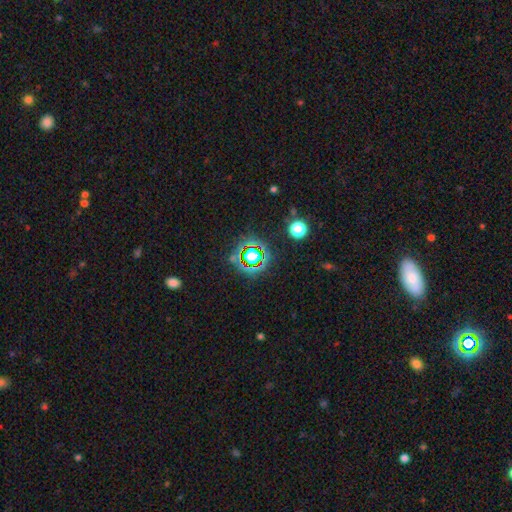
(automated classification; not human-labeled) A star or artifact, not a galaxy (72%).

Vote fractions:
- Smooth or featured? star or artifact: 72% / smooth: 19% / featured or disk: 9%